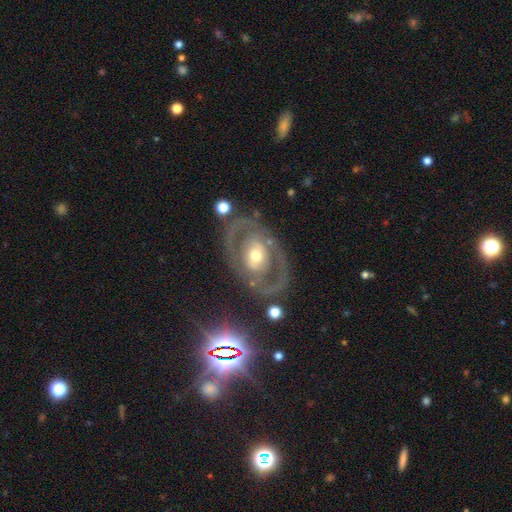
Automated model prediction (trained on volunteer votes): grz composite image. It shows a featured or disk galaxy (74%) with no bar (61%), no spiral arms (55%) and a moderate central bulge (68%). Merging: none (72%).